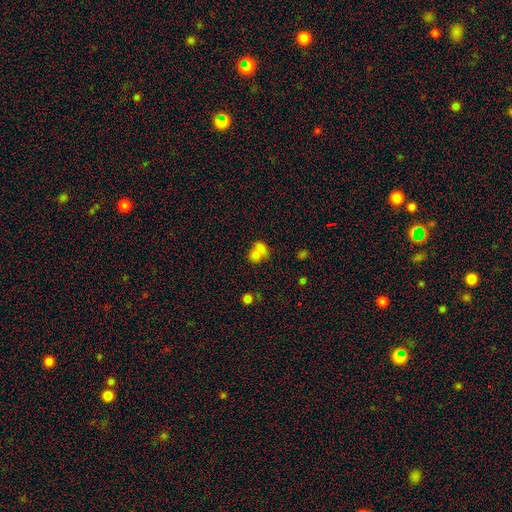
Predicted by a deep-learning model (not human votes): This is likely a smooth galaxy (73%). How rounded: possibly round (53%). Merging: likely merger (64%).